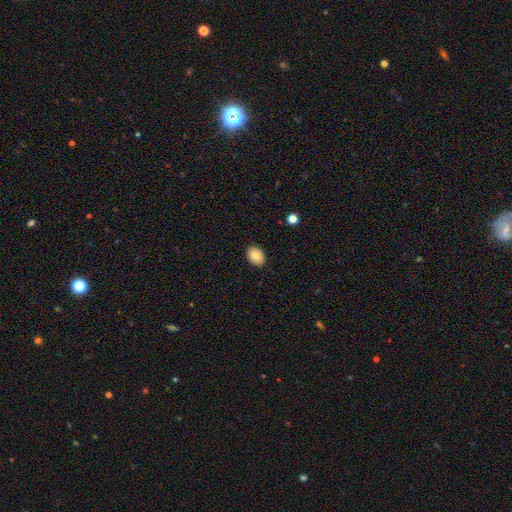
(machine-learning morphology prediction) smooth-or-featured: smooth: 87% | star or artifact: 8% | featured or disk: 5%
  how-rounded: in between: 74% | round: 26% | cigar-shaped: 1%
  merging: none: 89% | minor disturbance: 8% | major disturbance: 2% | merger: 1%